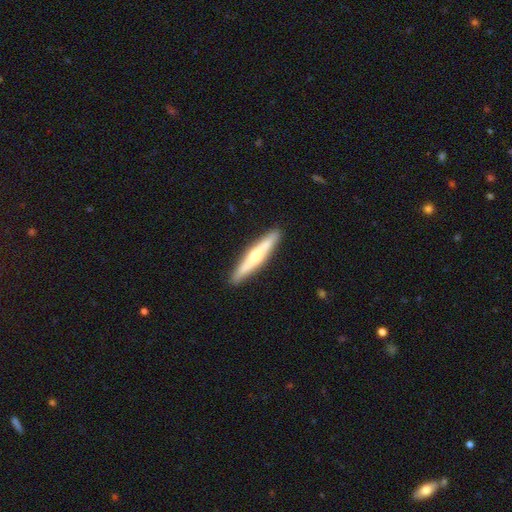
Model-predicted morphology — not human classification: Smooth or featured? Predicted: featured or disk (p=0.52). Edge-on disk? Predicted: yes (p=0.96). Merging? Predicted: none (p=0.91).